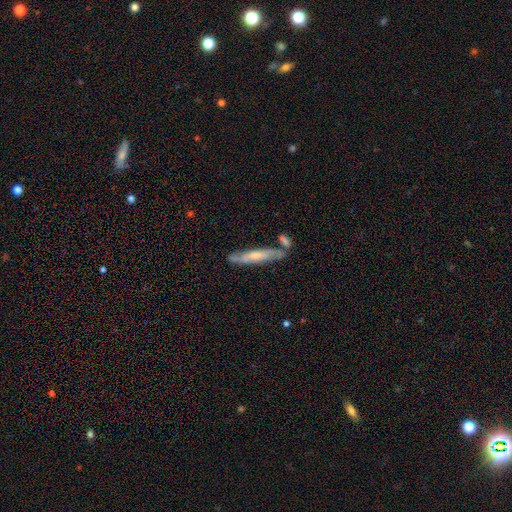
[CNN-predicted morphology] Smooth or featured?
  - featured or disk: 50% *
  - smooth: 44%
  - star or artifact: 6%
Merging?
  - none: 66% *
  - minor disturbance: 16%
  - merger: 14%
  - major disturbance: 4%